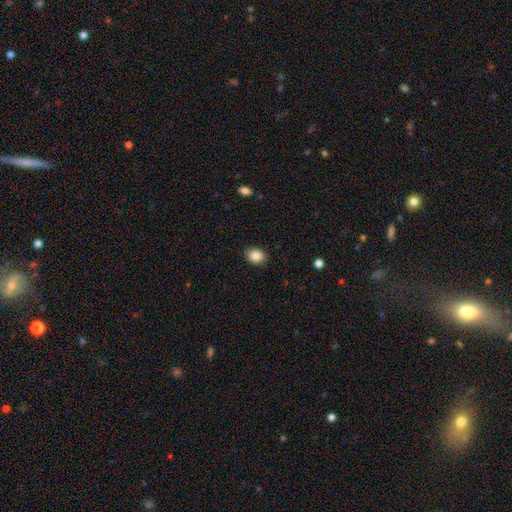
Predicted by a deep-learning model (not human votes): This appears to be a smooth galaxy with no disk features (86%) that is in between round and cigar-shaped (60%). Merging: none (87%).